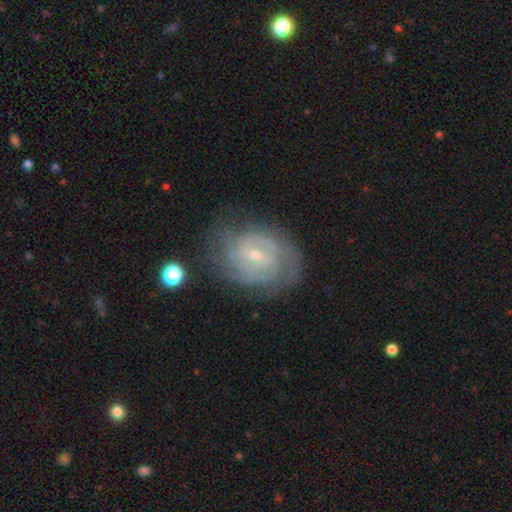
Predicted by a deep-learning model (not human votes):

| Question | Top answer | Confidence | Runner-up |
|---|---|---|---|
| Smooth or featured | featured or disk | 86% | smooth (8%) |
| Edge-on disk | no | 97% | yes (3%) |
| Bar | weak | 53% | no (33%) |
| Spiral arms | yes | 96% | no (4%) |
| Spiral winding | tight | 69% | medium (26%) |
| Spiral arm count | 2 | 32% | can't tell (30%) |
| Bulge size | small | 70% | moderate (26%) |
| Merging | none | 73% | minor disturbance (18%) |